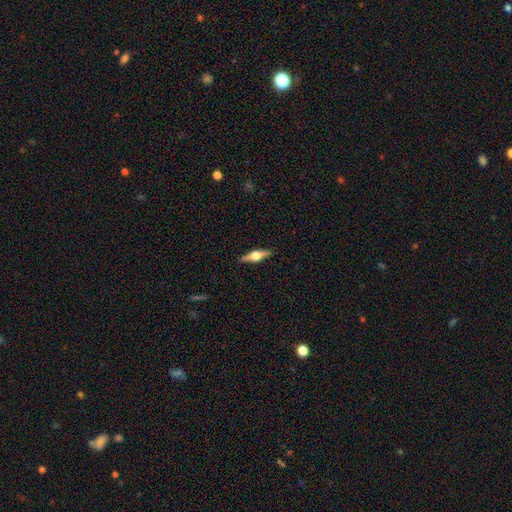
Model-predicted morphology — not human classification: This is likely a featured or disk galaxy (74%). It is clearly viewed edge-on (97%). Edge-on bulge: clearly rounded (95%). Merging: clearly none (90%).